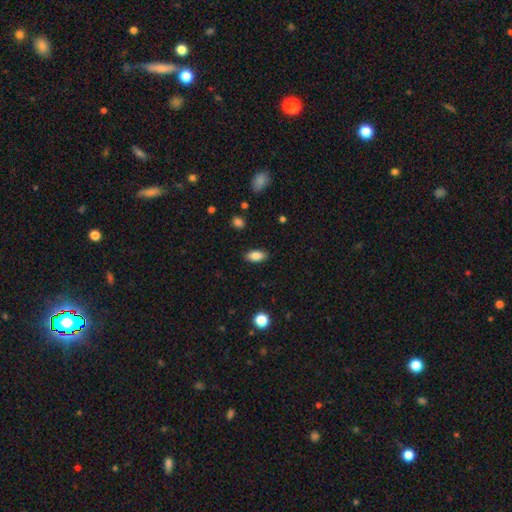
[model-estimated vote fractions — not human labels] This appears to be a smooth galaxy with no disk features (84%) that is in between round and cigar-shaped (88%). Merging: none (88%).